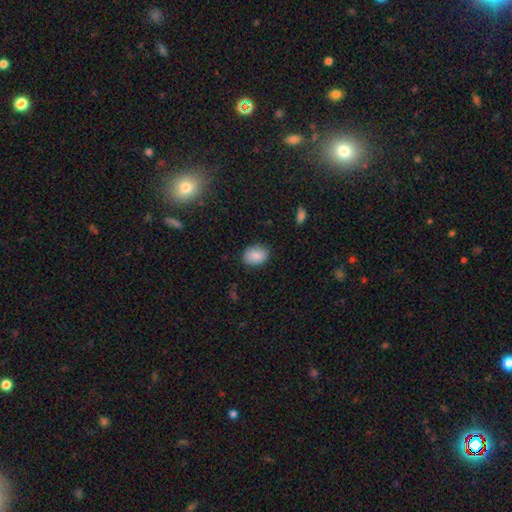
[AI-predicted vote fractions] smooth_or_featured: smooth (p=0.87) [alt: star or artifact p=0.07]
how_rounded: in between (p=0.70) [alt: round p=0.29]
merging: none (p=0.85) [alt: minor disturbance p=0.11]